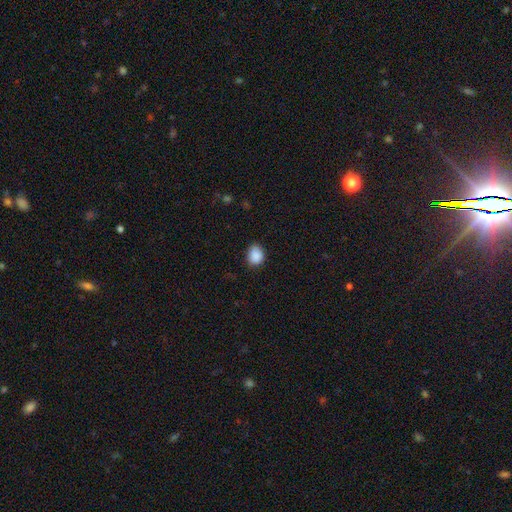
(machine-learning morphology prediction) type=smooth (89%); roundness=in between (51%); merging=none (78%).